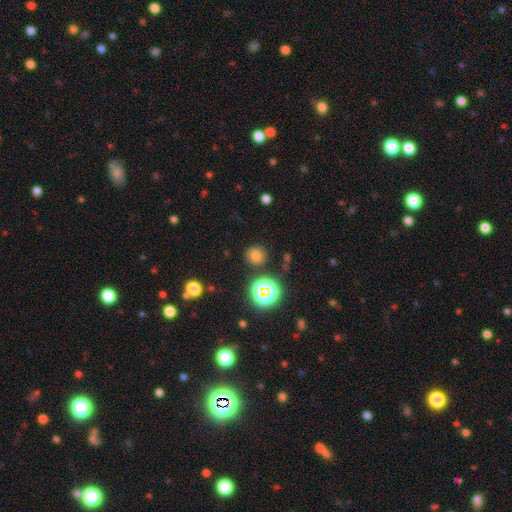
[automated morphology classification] smooth_or_featured: smooth (p=0.69) [alt: star or artifact p=0.22]
how_rounded: round (p=0.91) [alt: in between p=0.08]
merging: none (p=0.86) [alt: minor disturbance p=0.09]